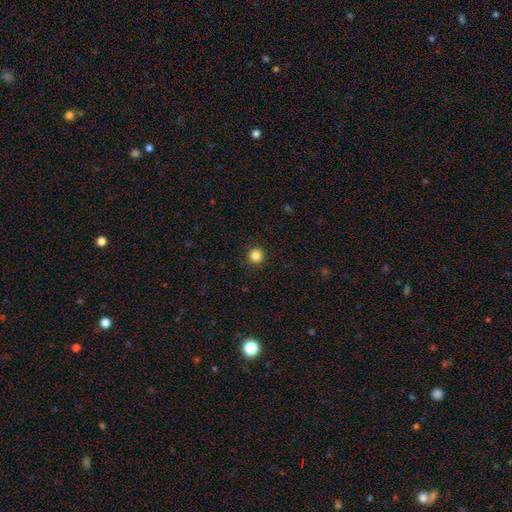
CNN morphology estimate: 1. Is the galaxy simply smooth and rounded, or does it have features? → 85% smooth, 11% star or artifact, 4% featured or disk.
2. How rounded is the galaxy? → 95% round, 4% in between, 1% cigar-shaped.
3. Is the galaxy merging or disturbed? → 93% none, 5% minor disturbance, 2% major disturbance, 1% merger.